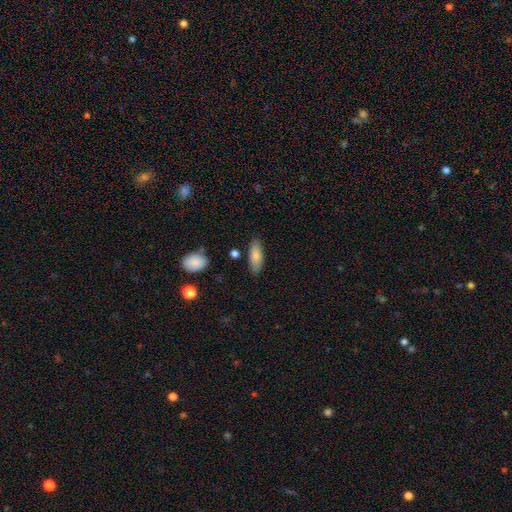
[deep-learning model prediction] This appears to be a smooth galaxy with no disk features (83%) that is in between round and cigar-shaped (74%). Merging: none (82%).